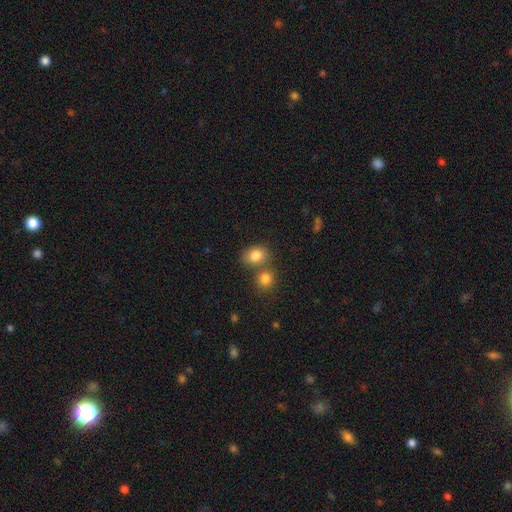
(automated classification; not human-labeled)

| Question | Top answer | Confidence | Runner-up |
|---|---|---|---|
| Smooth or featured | smooth | 83% | star or artifact (10%) |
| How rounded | in between | 53% | round (46%) |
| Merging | none | 56% | merger (30%) |